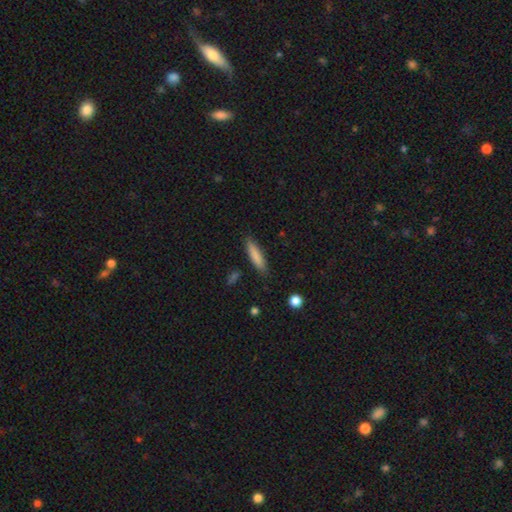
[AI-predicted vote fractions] Overall: smooth (84%). How rounded: cigar-shaped (79%). Merging: none (86%).